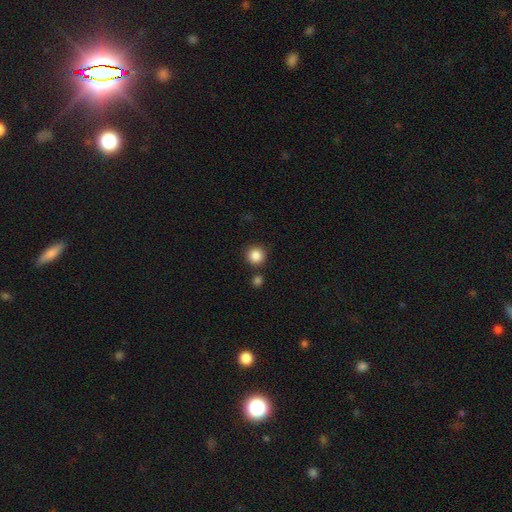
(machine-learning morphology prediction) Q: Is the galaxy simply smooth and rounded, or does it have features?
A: smooth — 87%.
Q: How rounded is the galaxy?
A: round — 95%.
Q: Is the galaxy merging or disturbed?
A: none — 85%.